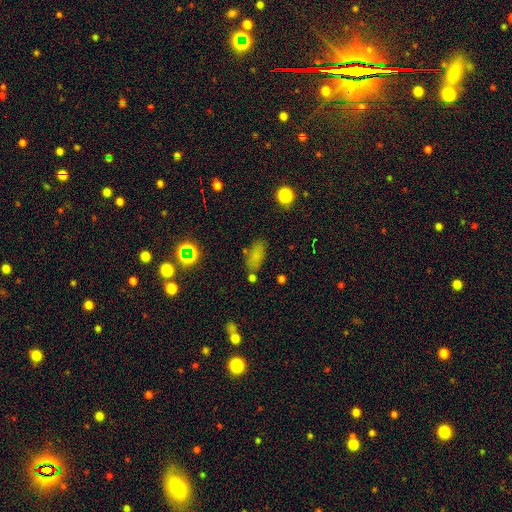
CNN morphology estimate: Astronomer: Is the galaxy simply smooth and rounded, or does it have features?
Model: smooth — 74%.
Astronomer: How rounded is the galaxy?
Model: in between — 84%.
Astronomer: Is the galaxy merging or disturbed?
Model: none — 73%.